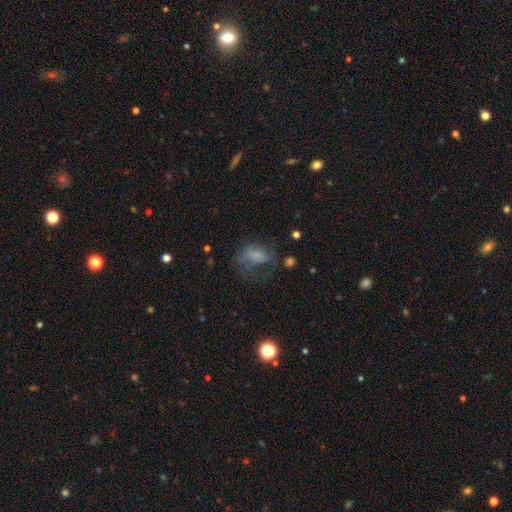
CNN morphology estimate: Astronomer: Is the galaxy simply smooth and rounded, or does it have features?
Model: smooth — 59%.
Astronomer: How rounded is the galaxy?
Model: in between — 78%.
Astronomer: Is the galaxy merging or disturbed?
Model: major disturbance — 44% (runner-up: none, 30%).